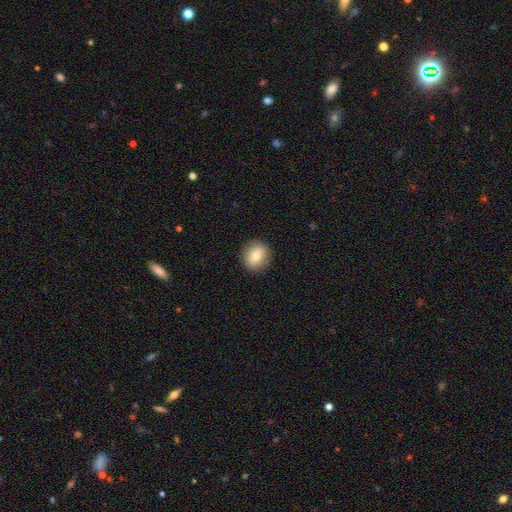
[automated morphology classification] smooth-or-featured: smooth: 76% | featured or disk: 15% | star or artifact: 9%
  how-rounded: round: 80% | in between: 19% | cigar-shaped: 1%
  merging: none: 89% | minor disturbance: 8% | major disturbance: 2% | merger: 1%